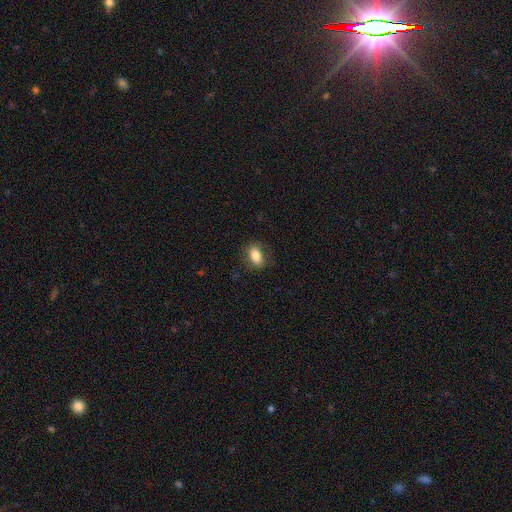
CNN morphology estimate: A smooth galaxy with no disk features (82%) that is in between round and cigar-shaped (83%). Merging: none (83%).